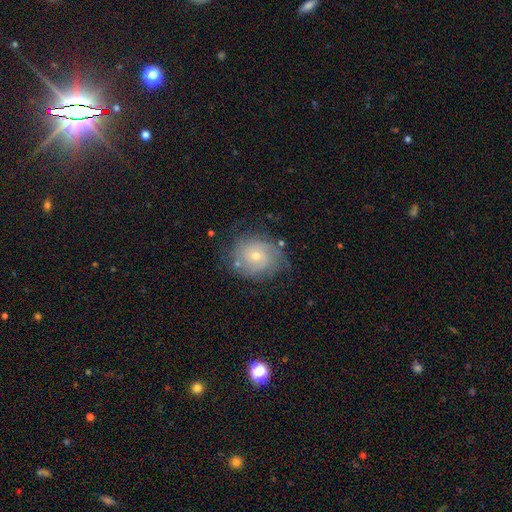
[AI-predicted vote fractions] Morphology: type=featured or disk (70%); edge-on=no (97%); bar=no (75%); spiral arms=yes (89%); winding=tight (63%); arm count=can't tell (37%); bulge=small (59%); merging=none (76%).